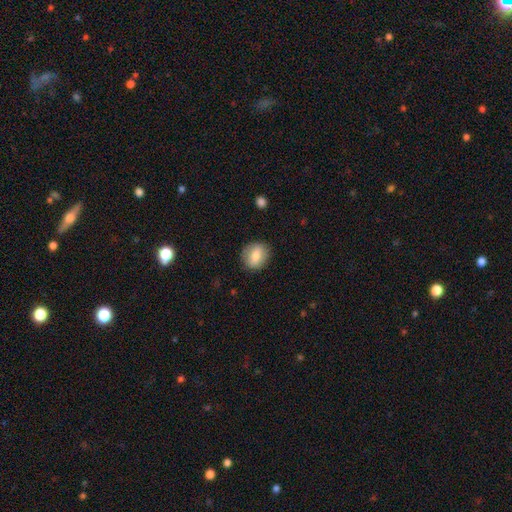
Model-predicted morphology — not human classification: Overall: smooth (77%). How rounded: round (63%; in between 36%). Merging: none (85%).